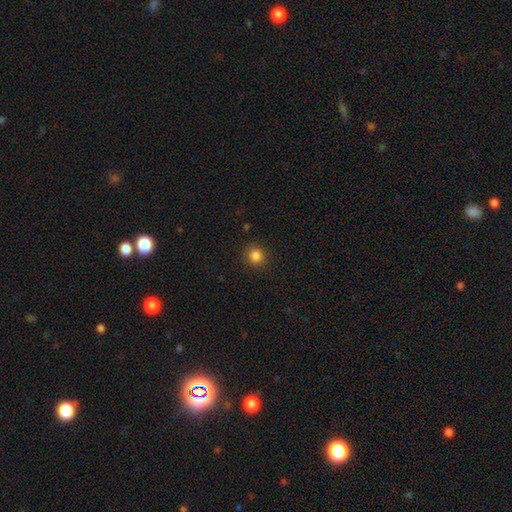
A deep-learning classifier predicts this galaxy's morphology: Overall: smooth (85%). How rounded: round (91%). Merging: none (90%).